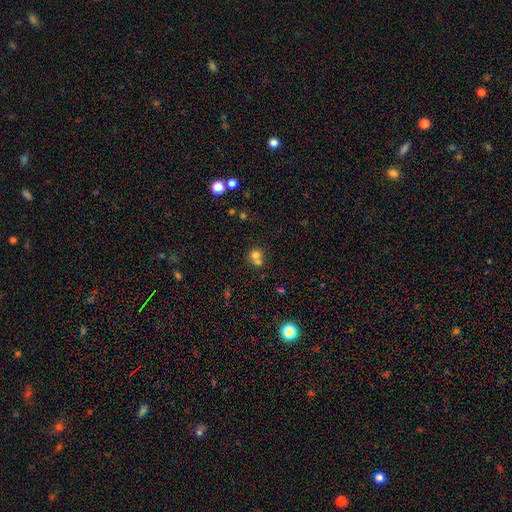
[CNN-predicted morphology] Smooth or featured?
  - smooth: 71% *
  - star or artifact: 15%
  - featured or disk: 14%
How rounded?
  - round: 82% *
  - in between: 17%
  - cigar-shaped: 1%
Merging?
  - merger: 54% *
  - none: 37%
  - minor disturbance: 6%
  - major disturbance: 3%